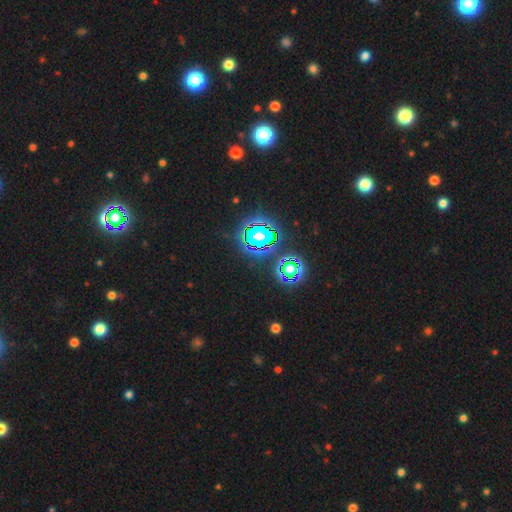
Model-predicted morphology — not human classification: This appears to be a star or artifact, not a galaxy (81%).